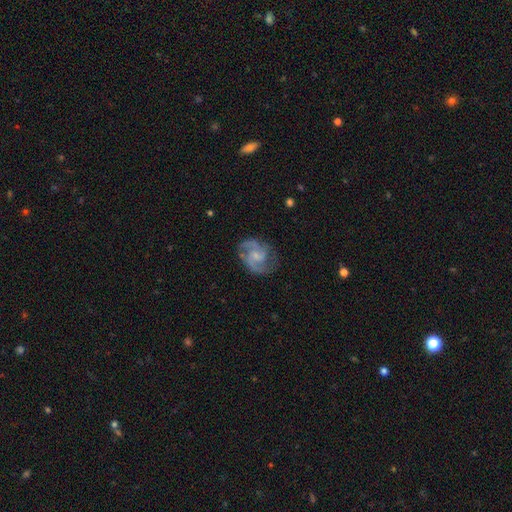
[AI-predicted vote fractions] smooth_or_featured: featured or disk (p=0.84) [alt: smooth p=0.10]
disk_edge_on: no (p=0.98) [alt: yes p=0.02]
bar: no (p=0.58) [alt: weak p=0.36]
has_spiral_arms: yes (p=0.96) [alt: no p=0.04]
spiral_winding: medium (p=0.57) [alt: tight p=0.24]
spiral_arm_count: 2 (p=0.60) [alt: 3 p=0.23]
bulge_size: small (p=0.59) [alt: moderate p=0.25]
merging: none (p=0.70) [alt: minor disturbance p=0.19]